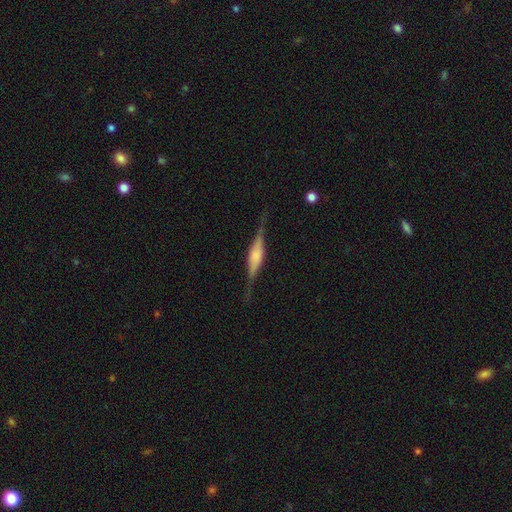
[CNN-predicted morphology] Smooth or featured?
  - featured or disk: 75% *
  - smooth: 19%
  - star or artifact: 6%
Edge-on disk?
  - yes: 97% *
  - no: 3%
Edge-on bulge?
  - rounded: 56% *
  - boxy: 38%
  - none: 5%
Merging?
  - none: 81% *
  - minor disturbance: 14%
  - major disturbance: 4%
  - merger: 1%